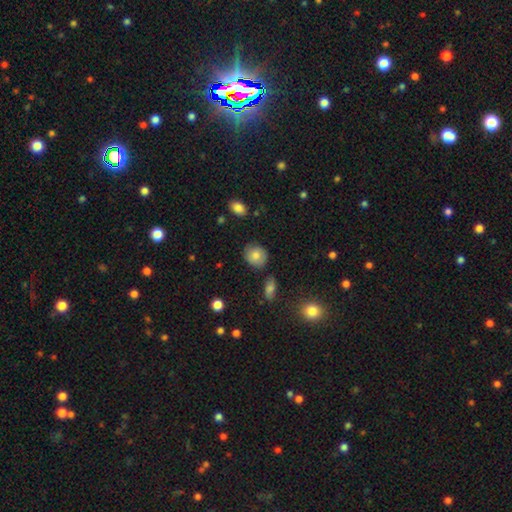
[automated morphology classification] smooth 79%, featured or disk 13%, star or artifact 9%. Down the decision tree: how rounded — round (71%); merging — none (79%).